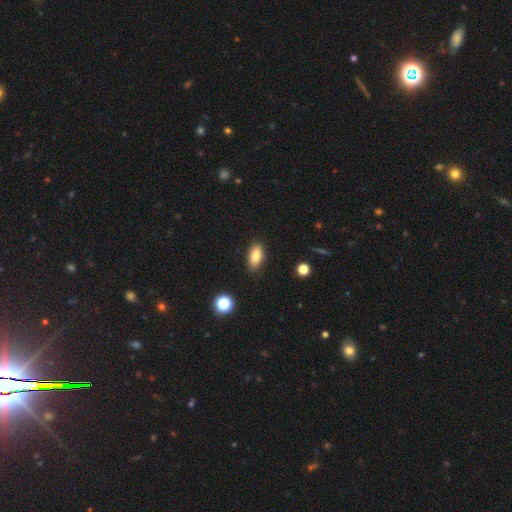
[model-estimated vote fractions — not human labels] Morphology: type=smooth (83%); roundness=in between (85%); merging=none (85%).